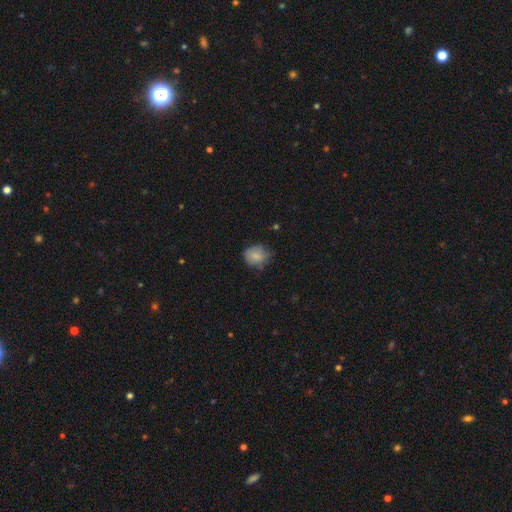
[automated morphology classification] Overall: smooth (78%). How rounded: round (58%; in between 41%). Merging: none (56%; minor disturbance 33%).